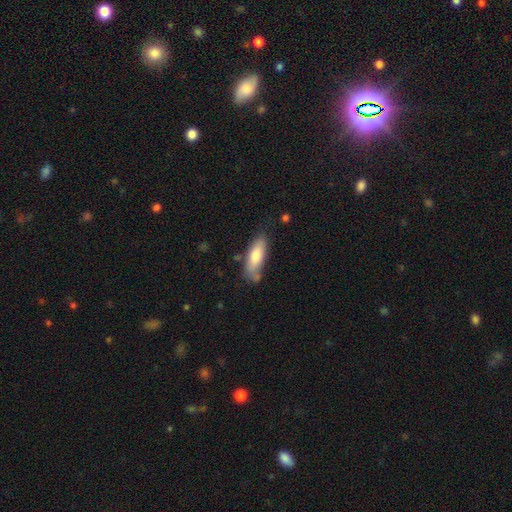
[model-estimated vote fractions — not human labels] Overall: smooth (74%). How rounded: in between (58%; cigar-shaped 40%). Merging: none (64%).